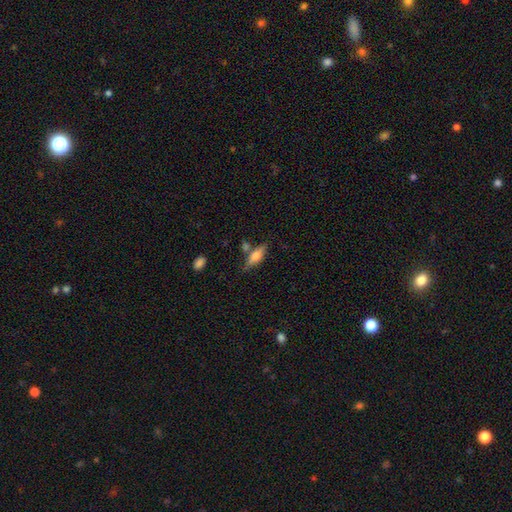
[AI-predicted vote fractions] This is possibly a smooth galaxy (57%). How rounded: possibly in between (57%). Merging: likely none (65%).